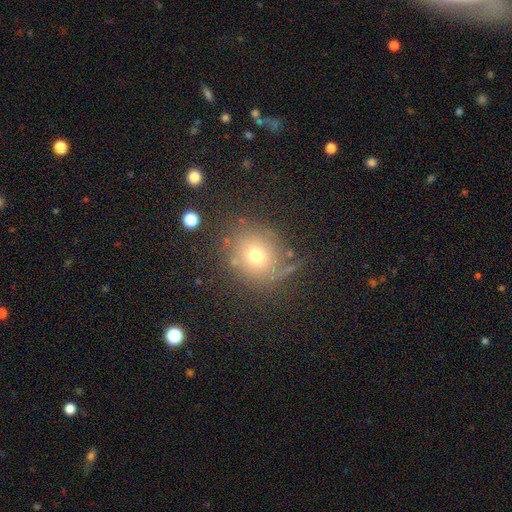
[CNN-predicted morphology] The model was most divided on "smooth or featured": smooth: 69%, star or artifact: 17%, featured or disk: 15%. More confident: how rounded — round (81%); merging — none (74%).